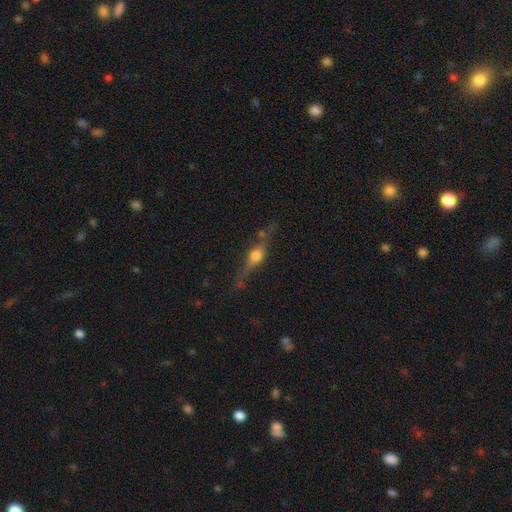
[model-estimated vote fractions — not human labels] Overall: featured or disk (67%). Edge-on disk: yes (92%). Edge-on bulge: rounded (93%). Merging: none (70%).